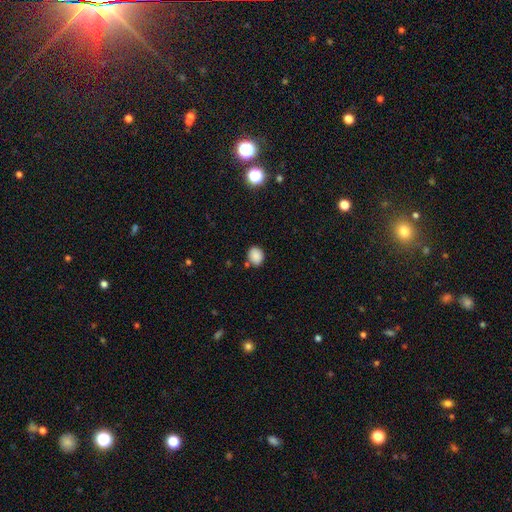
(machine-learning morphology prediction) Overall: smooth (87%). How rounded: in between (52%; round 47%). Merging: none (79%).